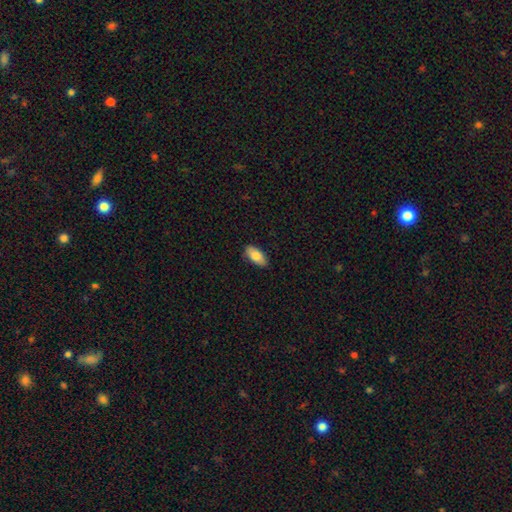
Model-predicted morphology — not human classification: Q: Smooth or featured?
A: smooth (81%); runner-up: featured or disk (13%)
Q: How rounded?
A: in between (91%); runner-up: cigar-shaped (6%)
Q: Merging?
A: none (86%); runner-up: minor disturbance (11%)